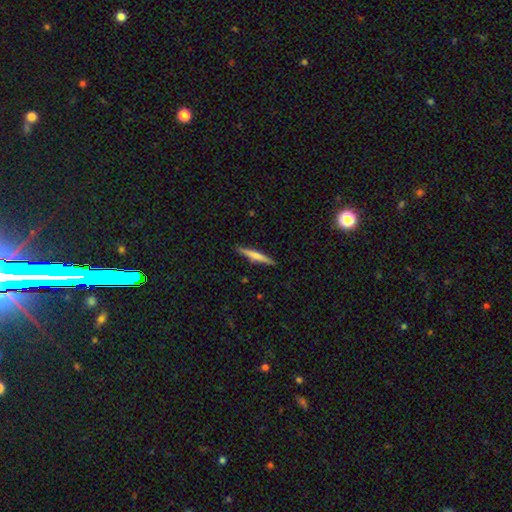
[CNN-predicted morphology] This is possibly a smooth galaxy (54%). How rounded: clearly cigar-shaped (94%). Merging: clearly none (90%).